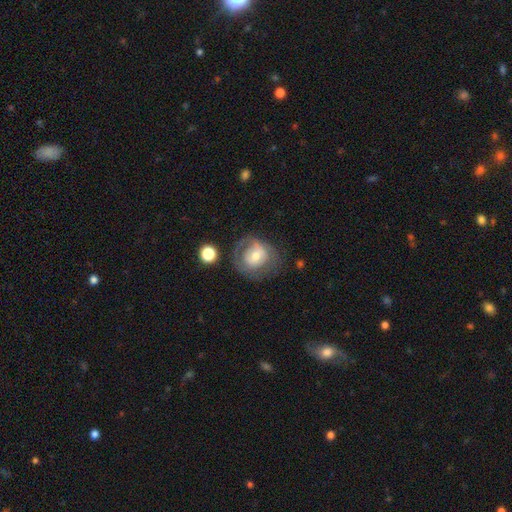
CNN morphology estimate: Q: Smooth or featured?
A: featured or disk (51%); runner-up: smooth (41%)
Q: Edge-on disk?
A: no (96%); runner-up: yes (4%)
Q: Merging?
A: none (56%); runner-up: minor disturbance (23%)